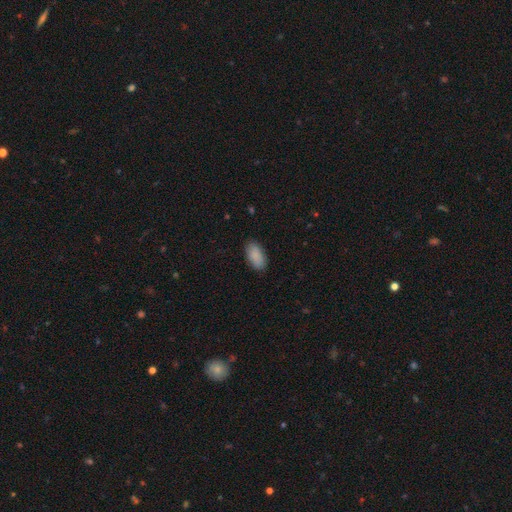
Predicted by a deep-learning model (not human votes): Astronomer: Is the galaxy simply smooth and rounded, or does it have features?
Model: smooth — 90%.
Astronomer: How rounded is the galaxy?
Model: in between — 94%.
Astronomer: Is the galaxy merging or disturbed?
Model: none — 87%.